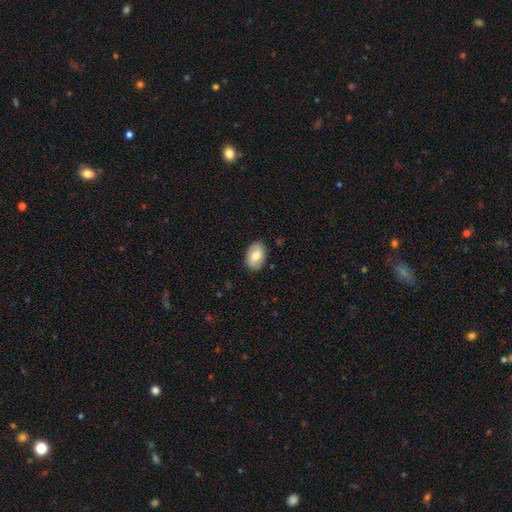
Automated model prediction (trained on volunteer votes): Overall: smooth (74%). How rounded: in between (87%). Merging: none (85%).